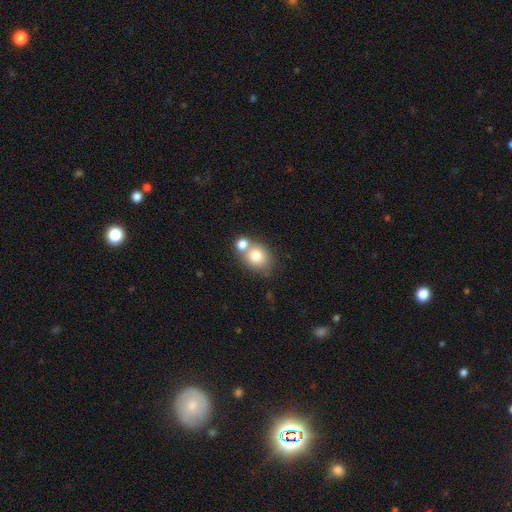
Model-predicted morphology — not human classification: Overall: smooth (77%). How rounded: round (59%; in between 40%). Merging: merger (45%; none 41%).